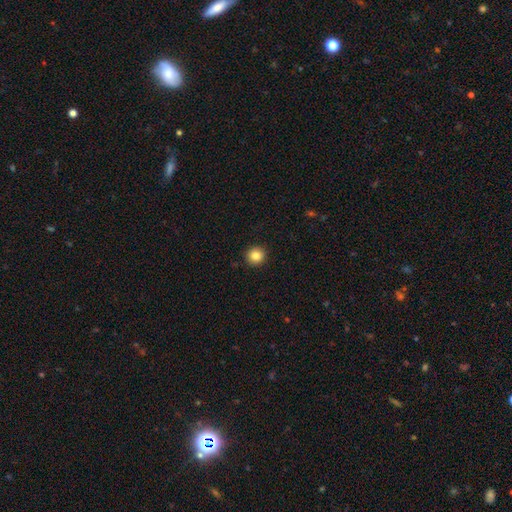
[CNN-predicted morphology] smooth_or_featured: smooth (p=0.85) [alt: star or artifact p=0.10]
how_rounded: round (p=0.93) [alt: in between p=0.06]
merging: none (p=0.93) [alt: minor disturbance p=0.05]